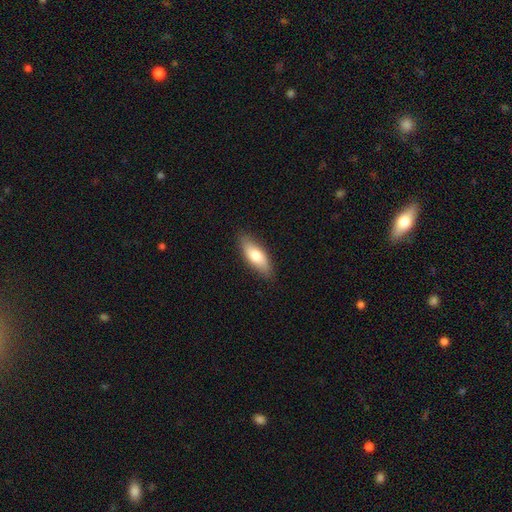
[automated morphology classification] A smooth galaxy with no disk features (75%) that is in between round and cigar-shaped (69%). Merging: none (86%).